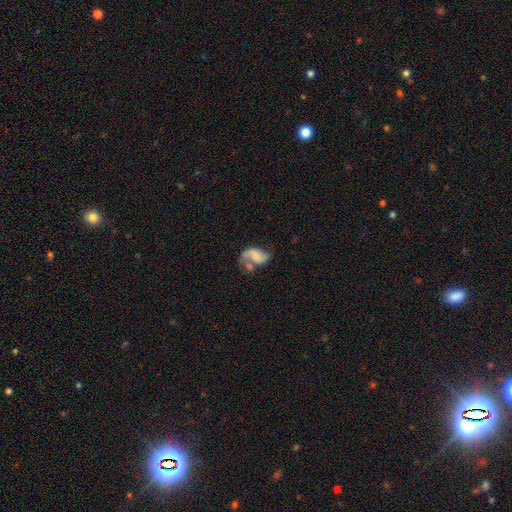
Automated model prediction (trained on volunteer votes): Overall: featured or disk (66%). Edge-on disk: no (98%). Bar: no (58%; weak 32%). Spiral arms: yes (85%). Spiral arm count: 2 (66%; 1 27%). Spiral winding: loose (61%; medium 30%). Bulge size: none (49%; small 24%). Merging: none (30%; major disturbance 26%).